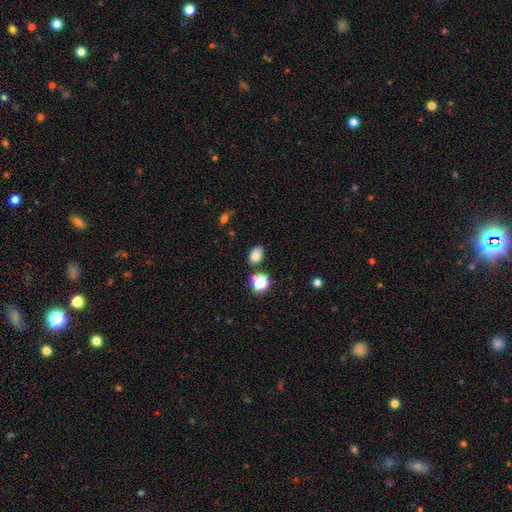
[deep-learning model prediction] Q: Smooth or featured?
A: smooth (79%); runner-up: star or artifact (15%)
Q: How rounded?
A: in between (74%); runner-up: round (25%)
Q: Merging?
A: none (77%); runner-up: minor disturbance (13%)